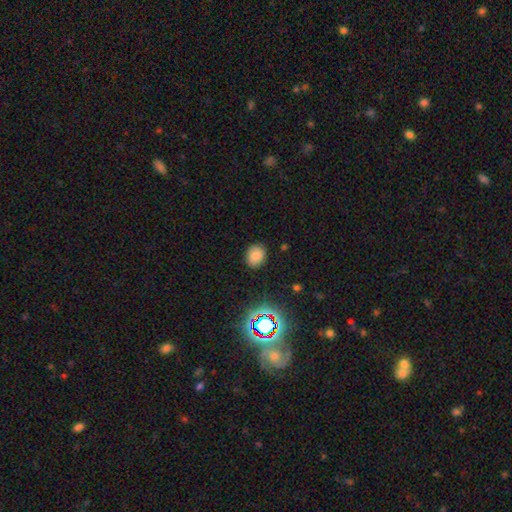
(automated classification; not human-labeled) A smooth galaxy with no disk features (79%) that is round (53%).

Vote fractions:
- Smooth or featured? smooth: 79% / star or artifact: 15% / featured or disk: 6%
- How rounded? round: 53% / in between: 46% / cigar-shaped: 1%
- Merging? none: 86% / minor disturbance: 10% / major disturbance: 3% / merger: 1%